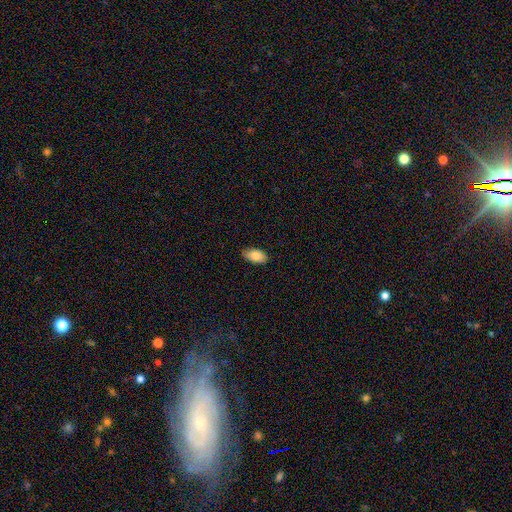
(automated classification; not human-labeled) smooth-or-featured: smooth: 84% | featured or disk: 9% | star or artifact: 7%
  how-rounded: in between: 94% | round: 4% | cigar-shaped: 2%
  merging: none: 83% | minor disturbance: 14% | major disturbance: 2% | merger: 1%